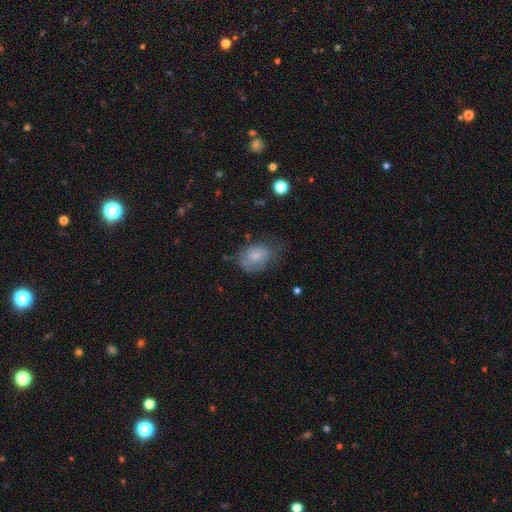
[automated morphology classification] smooth-or-featured: smooth: 65% | featured or disk: 26% | star or artifact: 9%
  how-rounded: in between: 74% | round: 24% | cigar-shaped: 1%
  merging: none: 45% | minor disturbance: 34% | major disturbance: 19% | merger: 2%